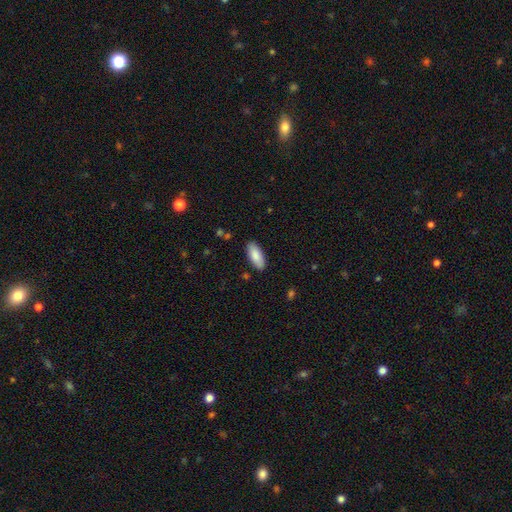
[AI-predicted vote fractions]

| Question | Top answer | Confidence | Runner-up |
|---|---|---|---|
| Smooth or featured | smooth | 86% | featured or disk (8%) |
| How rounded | in between | 84% | cigar-shaped (15%) |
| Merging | none | 87% | minor disturbance (10%) |